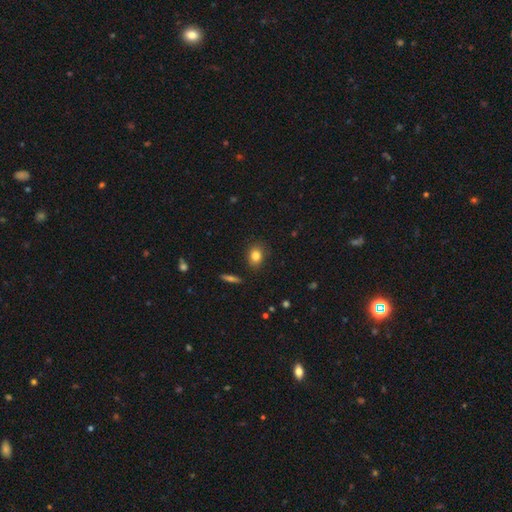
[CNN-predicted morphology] smooth 82%, star or artifact 10%, featured or disk 8%. Down the decision tree: how rounded — in between (52%); merging — none (84%).